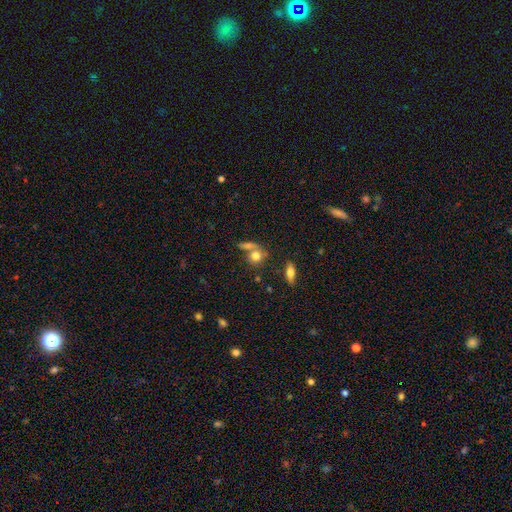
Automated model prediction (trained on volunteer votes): Smooth or featured?
  - smooth: 75% *
  - featured or disk: 14%
  - star or artifact: 11%
How rounded?
  - round: 68% *
  - in between: 28%
  - cigar-shaped: 5%
Merging?
  - none: 46% *
  - merger: 36%
  - minor disturbance: 11%
  - major disturbance: 6%